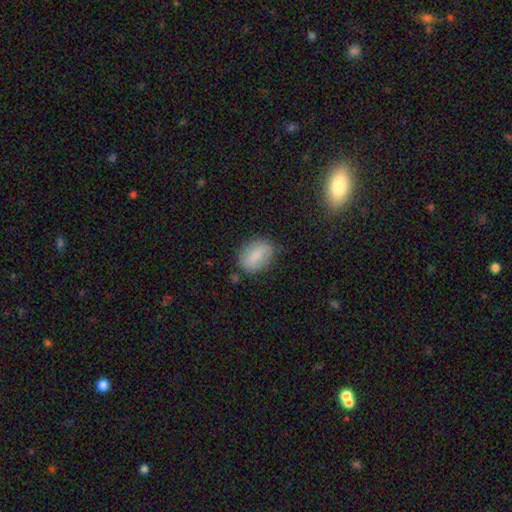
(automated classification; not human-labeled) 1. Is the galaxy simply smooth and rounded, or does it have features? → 73% smooth, 20% featured or disk, 8% star or artifact.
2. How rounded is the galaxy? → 80% in between, 16% round, 4% cigar-shaped.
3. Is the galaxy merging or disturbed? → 74% none, 18% minor disturbance, 5% major disturbance, 3% merger.